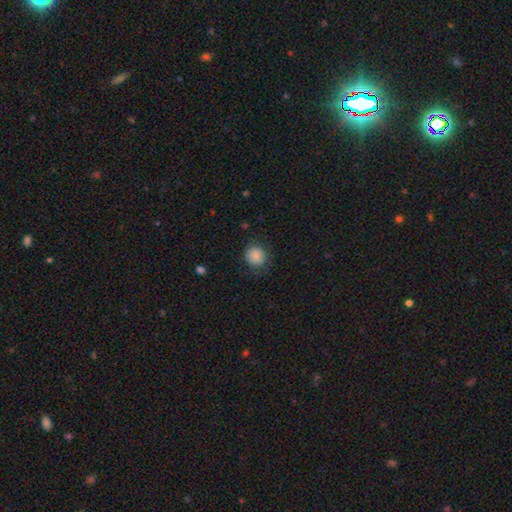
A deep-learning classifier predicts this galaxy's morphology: This appears to be a smooth galaxy with no disk features (84%) that is round (83%). Merging: none (74%).